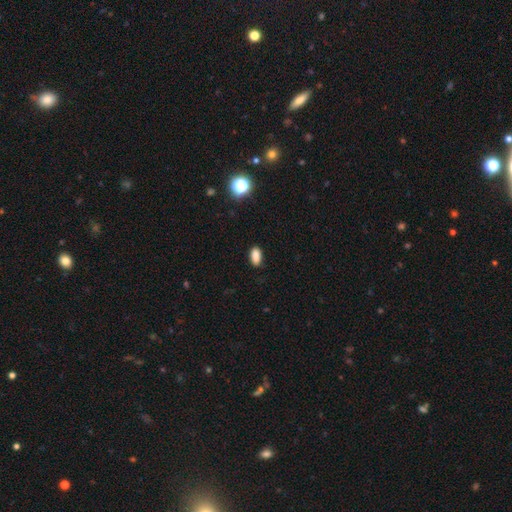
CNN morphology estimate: This appears to be a smooth galaxy with no disk features (86%) that is in between round and cigar-shaped (90%). Merging: none (84%).